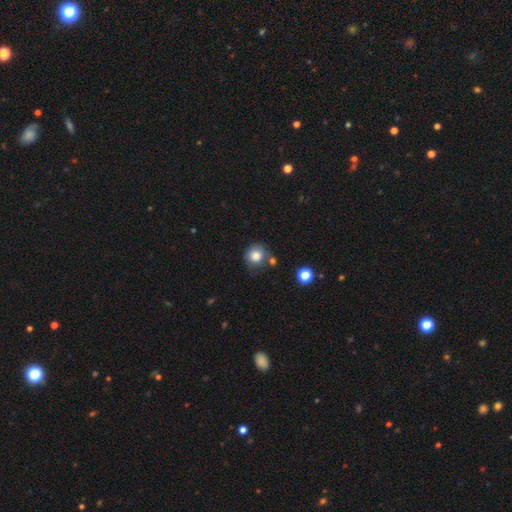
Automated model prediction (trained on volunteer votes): Morphology: type=smooth (83%); roundness=round (88%); merging=none (67%).